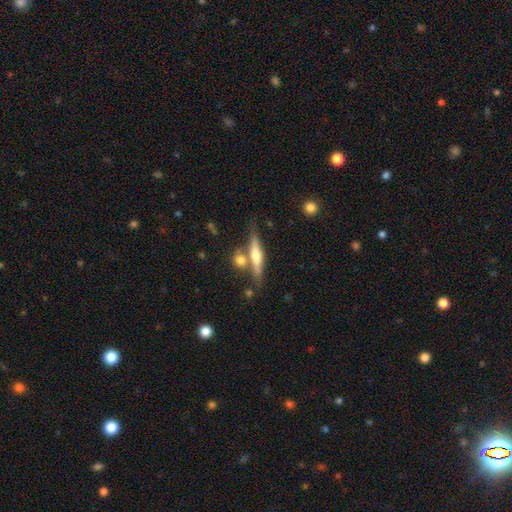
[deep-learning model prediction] The model was most divided on "smooth or featured": featured or disk: 57%, smooth: 36%, star or artifact: 7%. More confident: edge-on disk — yes (94%); edge-on bulge — rounded (84%); merging — none (64%).